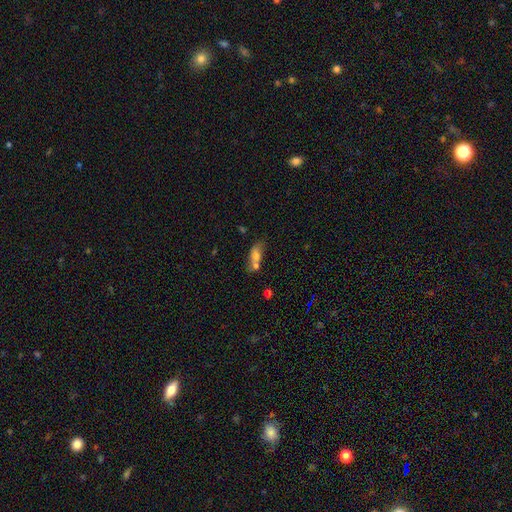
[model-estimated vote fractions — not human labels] smooth_or_featured: smooth (p=0.67) [alt: featured or disk p=0.22]
how_rounded: in between (p=0.74) [alt: cigar-shaped p=0.13]
merging: merger (p=0.47) [alt: none p=0.32]